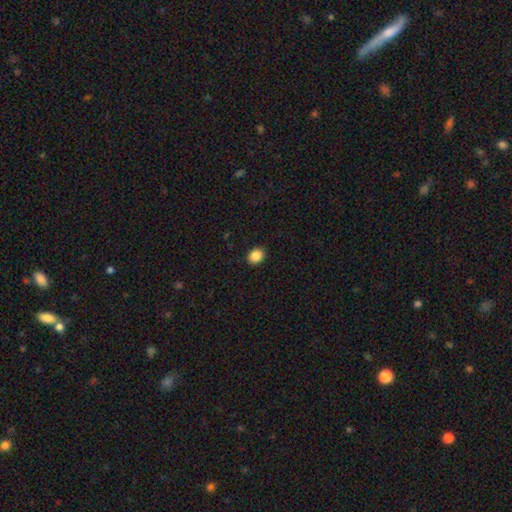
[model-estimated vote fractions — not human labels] The model was most divided on "how rounded": round: 53%, in between: 46%, cigar-shaped: 1%. More confident: merging — none (90%); smooth or featured — smooth (88%).